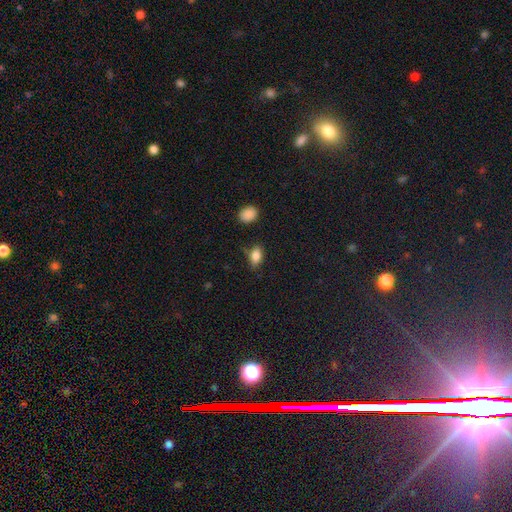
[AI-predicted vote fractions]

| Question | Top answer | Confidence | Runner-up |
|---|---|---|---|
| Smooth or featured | smooth | 84% | star or artifact (9%) |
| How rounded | in between | 86% | round (10%) |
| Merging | none | 76% | minor disturbance (17%) |